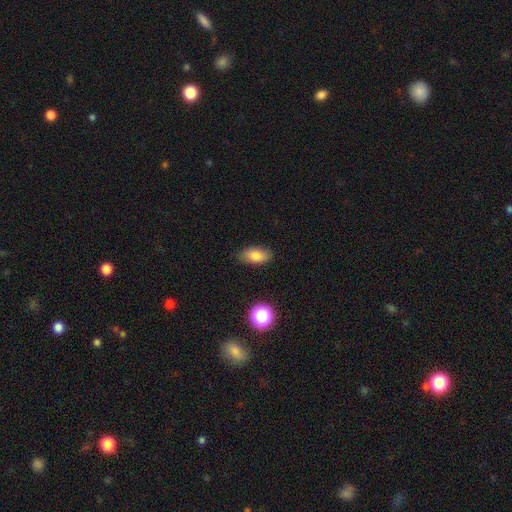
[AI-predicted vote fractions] smooth_or_featured: smooth (p=0.80) [alt: featured or disk p=0.10]
how_rounded: in between (p=0.88) [alt: round p=0.06]
merging: none (p=0.84) [alt: minor disturbance p=0.12]